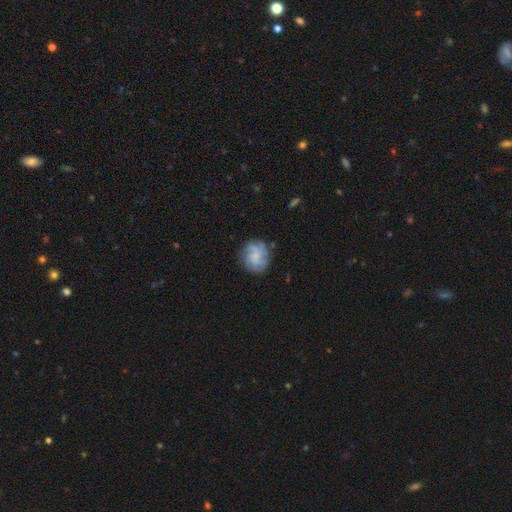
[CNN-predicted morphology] This appears to be a featured or disk galaxy (57%) with no bar (75%), spiral arms (87%) and a small central bulge (48%). Merging: none (75%).